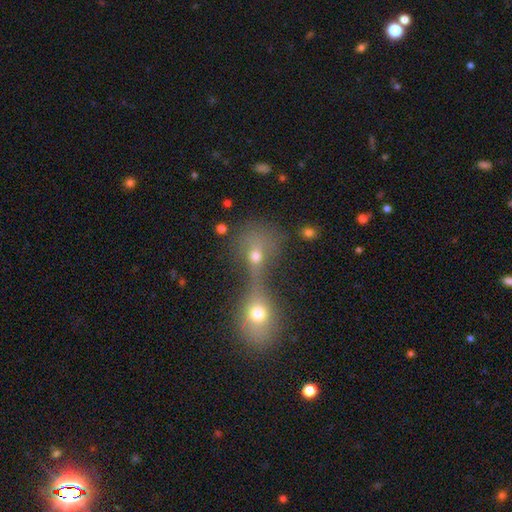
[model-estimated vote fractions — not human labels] smooth 62%, star or artifact 19%, featured or disk 18%. Down the decision tree: how rounded — round (61%); merging — merger (74%).